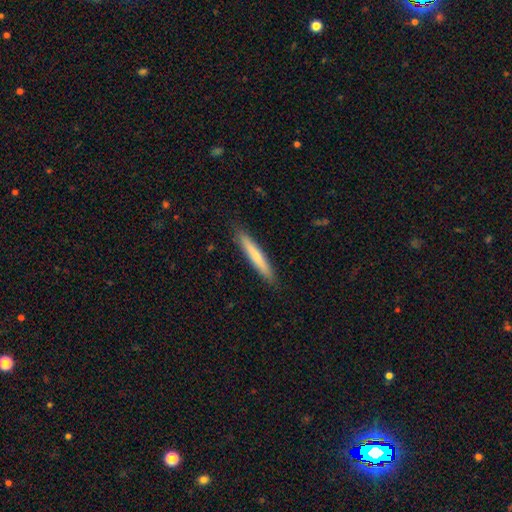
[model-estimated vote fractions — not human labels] Smooth or featured? Predicted: smooth (p=0.70). How rounded? Predicted: cigar-shaped (p=0.96). Merging? Predicted: none (p=0.91).